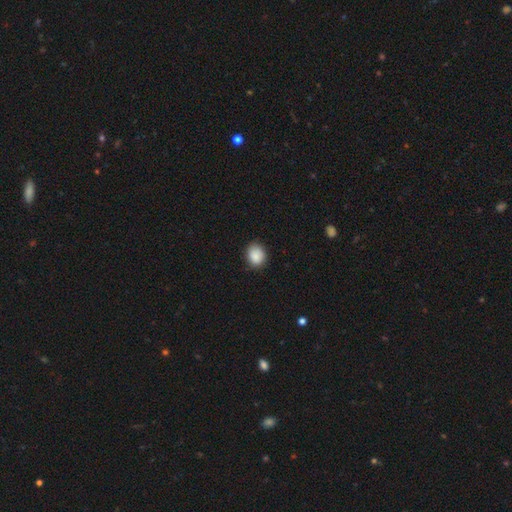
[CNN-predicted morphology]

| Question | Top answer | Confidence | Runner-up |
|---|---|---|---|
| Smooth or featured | smooth | 89% | star or artifact (8%) |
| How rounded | round | 59% | in between (40%) |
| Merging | none | 83% | minor disturbance (14%) |